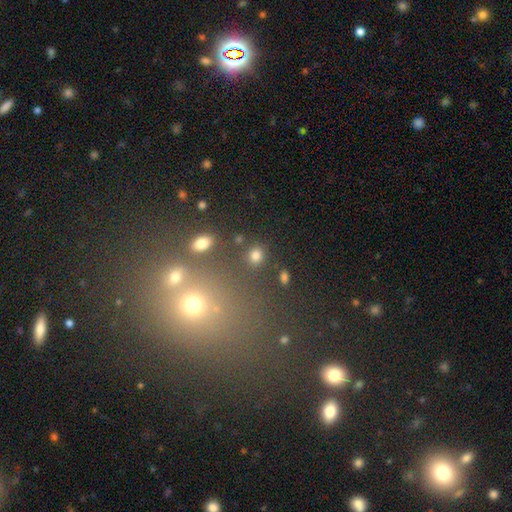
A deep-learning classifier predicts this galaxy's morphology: type=smooth (80%); roundness=round (69%); merging=none (82%).